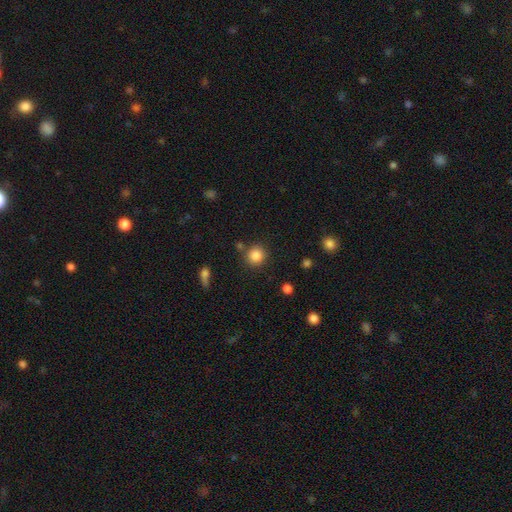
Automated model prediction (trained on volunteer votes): The model was most divided on "smooth or featured": smooth: 85%, star or artifact: 10%, featured or disk: 5%. More confident: how rounded — round (91%); merging — none (83%).